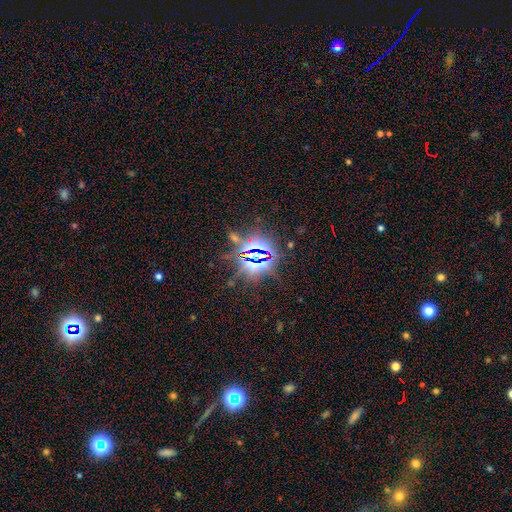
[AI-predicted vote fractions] Q: Smooth or featured?
A: star or artifact (83%); runner-up: smooth (9%)